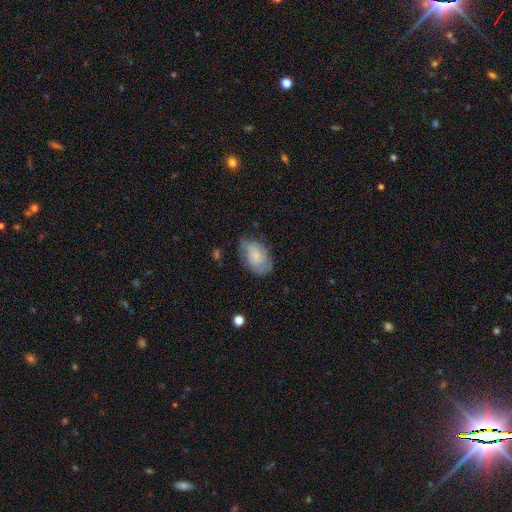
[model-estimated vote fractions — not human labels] Smooth or featured? smooth (51%)
How rounded? in between (89%)
Merging? none (61%)